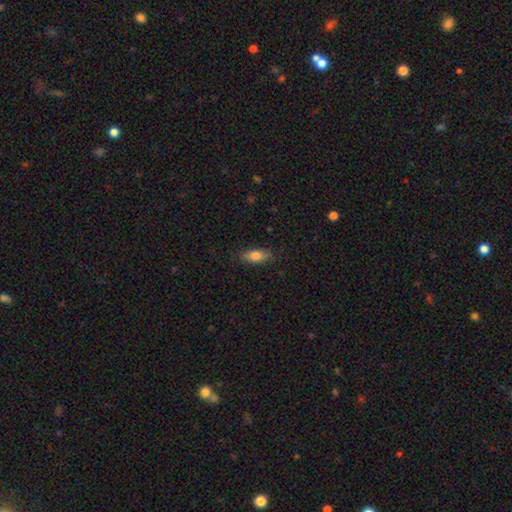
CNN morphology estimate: Q: Smooth or featured?
A: smooth (81%); runner-up: featured or disk (11%)
Q: How rounded?
A: in between (80%); runner-up: cigar-shaped (16%)
Q: Merging?
A: none (84%); runner-up: minor disturbance (12%)